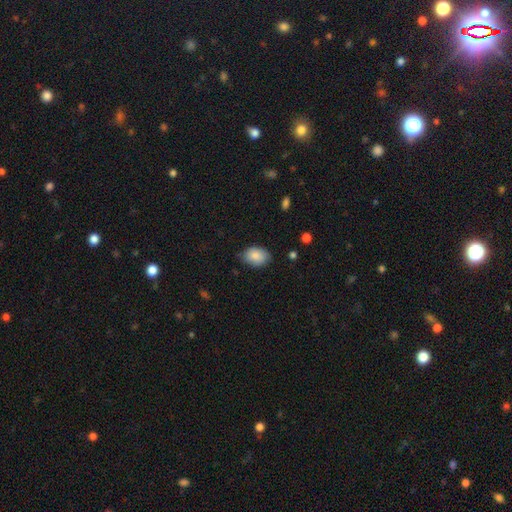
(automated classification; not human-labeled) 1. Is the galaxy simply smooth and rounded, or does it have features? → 87% smooth, 7% star or artifact, 6% featured or disk.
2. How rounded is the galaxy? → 83% in between, 16% round, 1% cigar-shaped.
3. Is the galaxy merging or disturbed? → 74% none, 21% minor disturbance, 3% major disturbance, 1% merger.